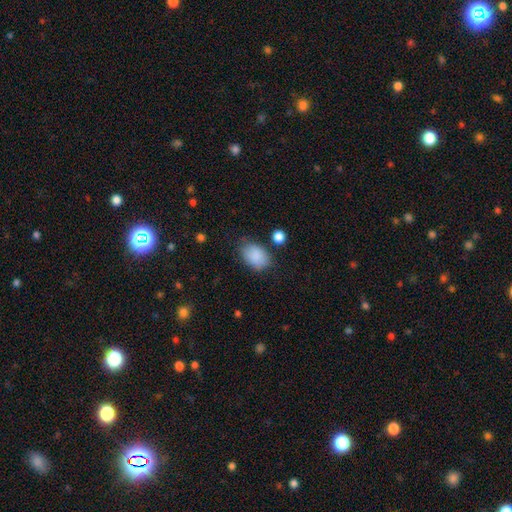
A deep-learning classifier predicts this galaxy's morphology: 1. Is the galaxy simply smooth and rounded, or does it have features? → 88% smooth, 7% star or artifact, 5% featured or disk.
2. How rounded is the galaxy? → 84% in between, 15% round, 1% cigar-shaped.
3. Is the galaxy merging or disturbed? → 70% none, 20% minor disturbance, 6% major disturbance, 4% merger.